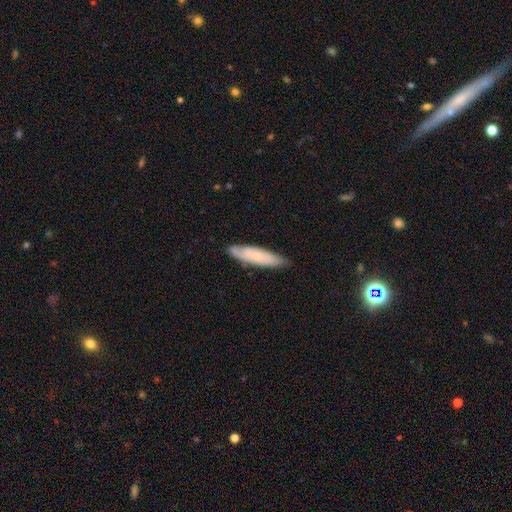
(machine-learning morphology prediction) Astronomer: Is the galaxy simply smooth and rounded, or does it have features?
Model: smooth — 51% (runner-up: featured or disk, 42%).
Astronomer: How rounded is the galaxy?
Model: cigar-shaped — 68%.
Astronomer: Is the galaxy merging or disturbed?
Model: none — 75%.